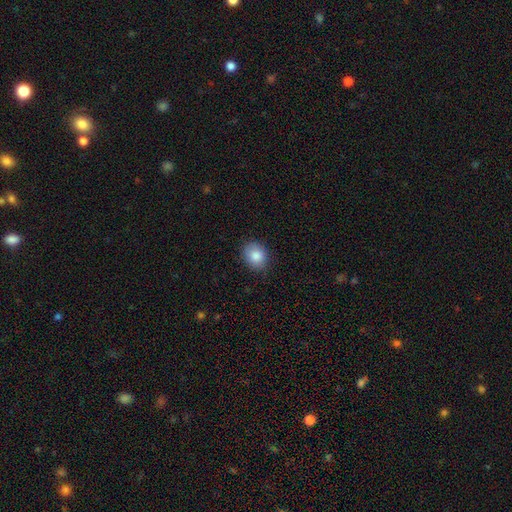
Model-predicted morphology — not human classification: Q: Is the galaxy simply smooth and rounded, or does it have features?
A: smooth — 86%.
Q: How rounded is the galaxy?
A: round — 60%.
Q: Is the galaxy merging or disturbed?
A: none — 84%.